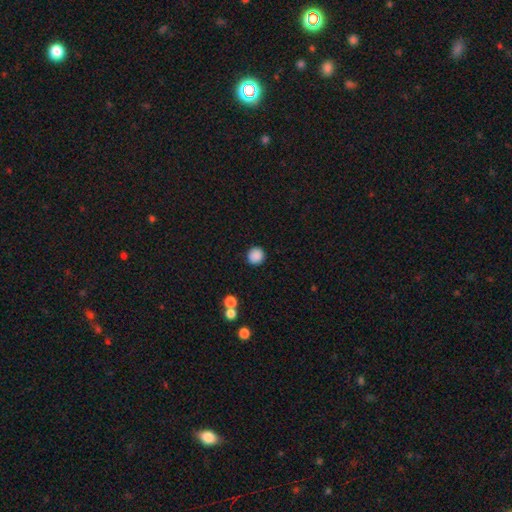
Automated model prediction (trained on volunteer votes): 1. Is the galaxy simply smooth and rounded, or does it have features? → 88% smooth, 9% star or artifact, 3% featured or disk.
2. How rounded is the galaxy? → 91% round, 8% in between, 1% cigar-shaped.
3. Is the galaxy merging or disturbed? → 89% none, 6% minor disturbance, 2% merger, 2% major disturbance.